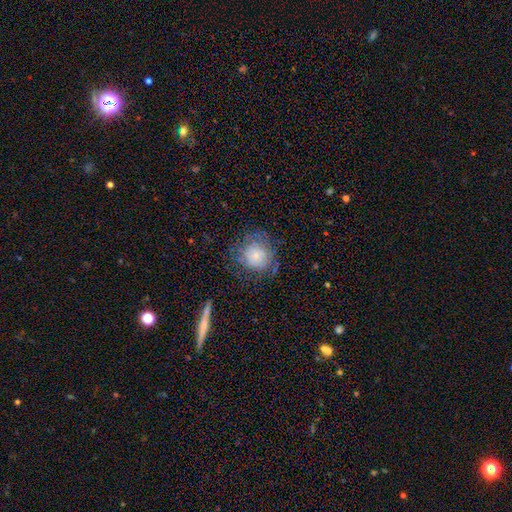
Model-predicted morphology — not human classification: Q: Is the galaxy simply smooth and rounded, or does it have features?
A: smooth — 61%.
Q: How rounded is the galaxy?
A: round — 88%.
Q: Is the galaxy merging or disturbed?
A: none — 63%.